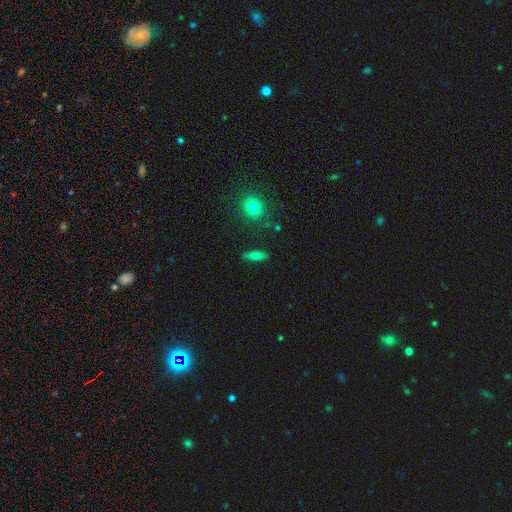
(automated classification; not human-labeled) Smooth or featured: smooth — 66% (featured or disk — 24%)
How rounded: in between — 49% (cigar-shaped — 46%)
Merging: none — 86% (minor disturbance — 10%)